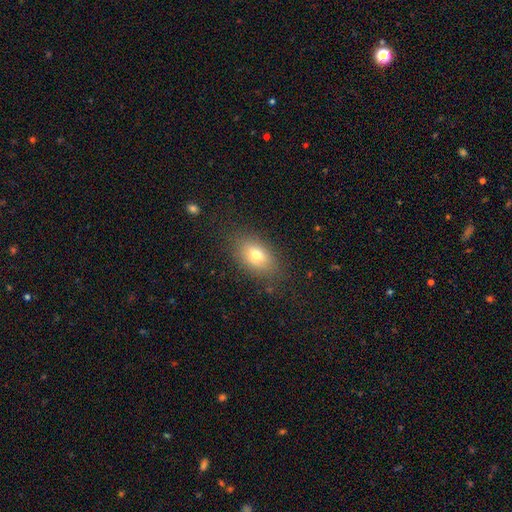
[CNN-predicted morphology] The model was most divided on "smooth or featured": smooth: 74%, featured or disk: 15%, star or artifact: 11%. More confident: how rounded — in between (84%); merging — none (81%).